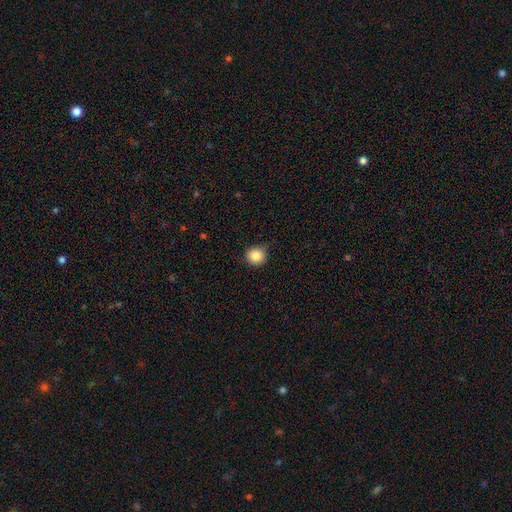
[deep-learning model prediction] Smooth or featured? smooth (86%)
How rounded? round (90%)
Merging? none (80%)